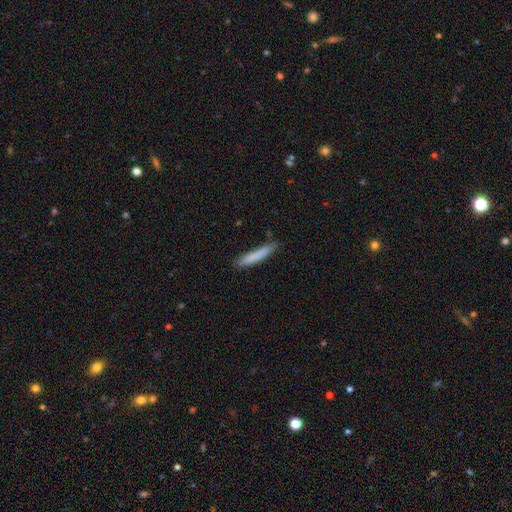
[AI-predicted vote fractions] Smooth or featured?
  - smooth: 82% *
  - featured or disk: 12%
  - star or artifact: 6%
How rounded?
  - cigar-shaped: 92% *
  - in between: 6%
  - round: 1%
Merging?
  - none: 78% *
  - minor disturbance: 17%
  - major disturbance: 3%
  - merger: 2%